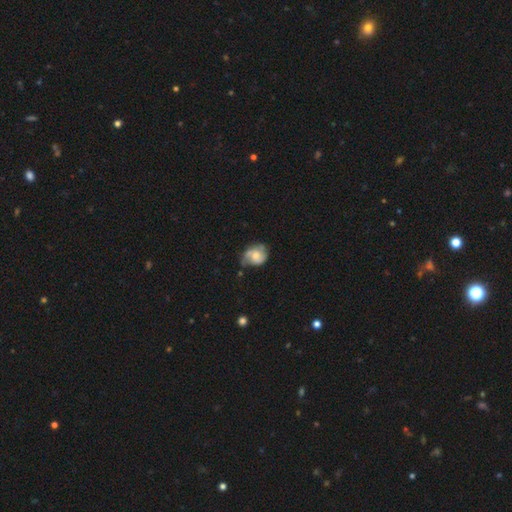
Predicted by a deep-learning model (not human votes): Morphology: type=featured or disk (56%); edge-on=no (97%); bar=no (68%); spiral arms=yes (84%); bulge=moderate (49%); merging=none (50%).